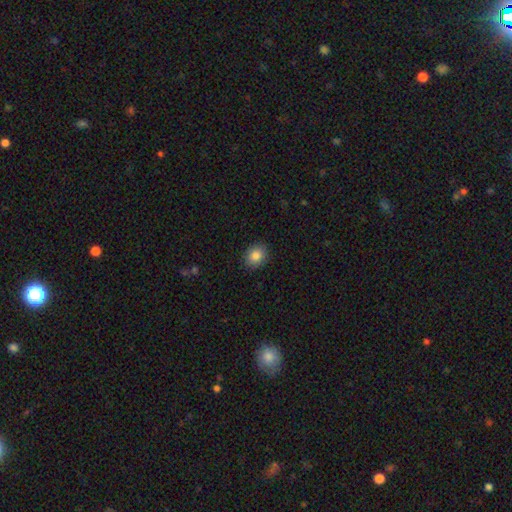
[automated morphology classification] Overall: smooth (85%). How rounded: round (55%; in between 44%). Merging: none (89%).